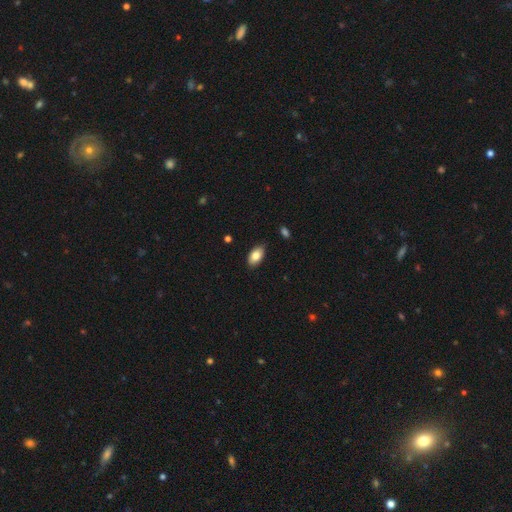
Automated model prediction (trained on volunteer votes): smooth_or_featured: smooth (p=0.83) [alt: featured or disk p=0.10]
how_rounded: in between (p=0.93) [alt: round p=0.05]
merging: none (p=0.84) [alt: minor disturbance p=0.13]